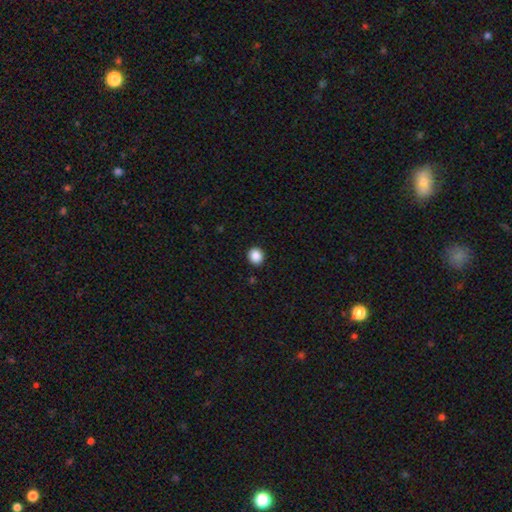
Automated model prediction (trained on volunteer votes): smooth 88%, star or artifact 9%, featured or disk 3%. Down the decision tree: how rounded — round (83%); merging — none (92%).